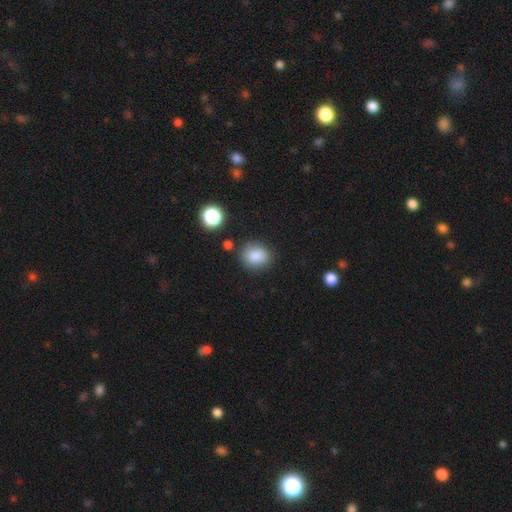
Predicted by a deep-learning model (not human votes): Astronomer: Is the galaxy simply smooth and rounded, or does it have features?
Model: smooth — 85%.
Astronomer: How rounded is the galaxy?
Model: round — 62% (runner-up: in between, 37%).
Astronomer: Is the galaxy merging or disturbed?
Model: none — 77%.